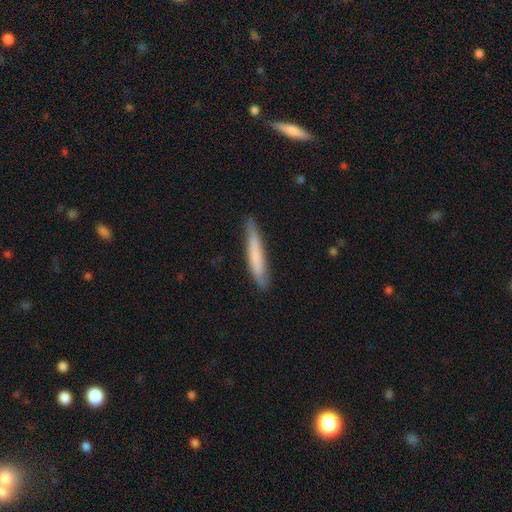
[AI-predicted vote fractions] smooth_or_featured: smooth (p=0.68) [alt: featured or disk p=0.26]
how_rounded: cigar-shaped (p=0.94) [alt: in between p=0.04]
merging: none (p=0.82) [alt: minor disturbance p=0.15]